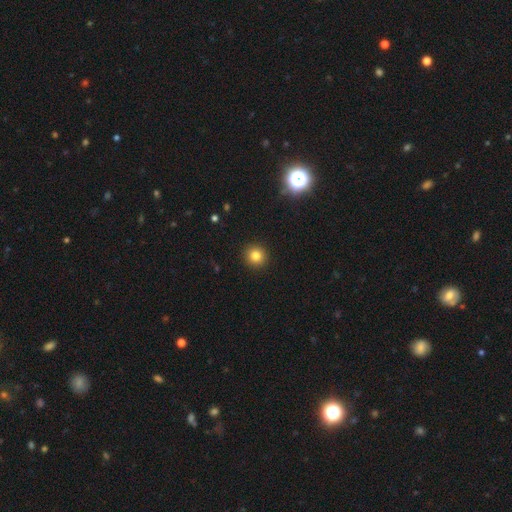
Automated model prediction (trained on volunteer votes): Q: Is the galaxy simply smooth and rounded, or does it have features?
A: smooth — 81%.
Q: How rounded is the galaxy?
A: round — 93%.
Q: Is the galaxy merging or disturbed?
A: none — 92%.